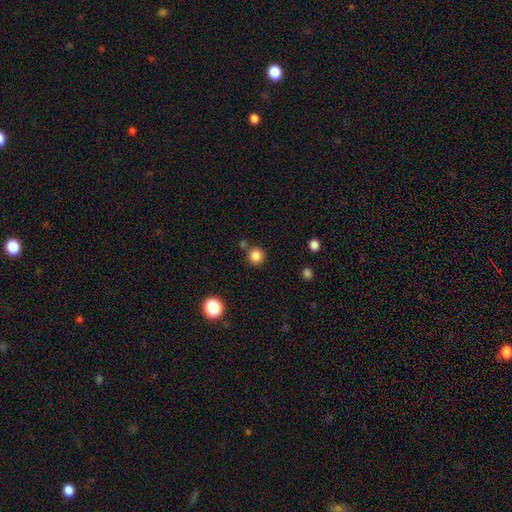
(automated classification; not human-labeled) A smooth galaxy with no disk features (84%) that is round (94%). Merging: none (80%).